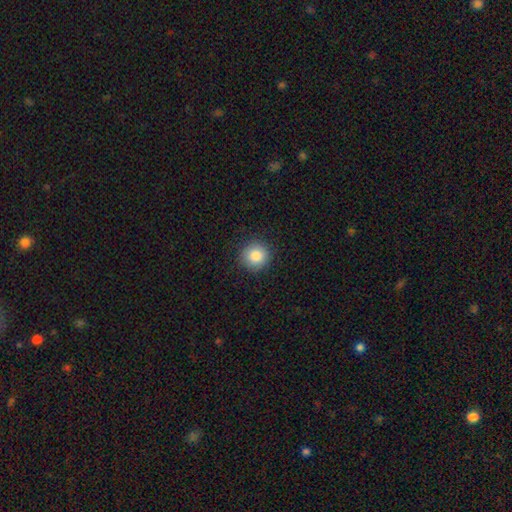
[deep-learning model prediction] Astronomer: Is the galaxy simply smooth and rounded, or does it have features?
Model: smooth — 85%.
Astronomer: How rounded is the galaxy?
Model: round — 93%.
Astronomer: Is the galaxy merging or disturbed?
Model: none — 89%.